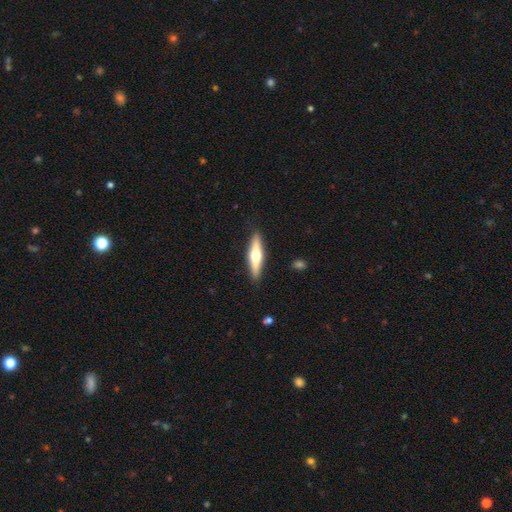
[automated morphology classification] smooth-or-featured: featured or disk: 56% | smooth: 39% | star or artifact: 5%
  disk-edge-on: yes: 95% | no: 5%
    edge-on-bulge: rounded: 94% | boxy: 3% | none: 3%
  merging: none: 90% | minor disturbance: 7% | major disturbance: 2% | merger: 1%